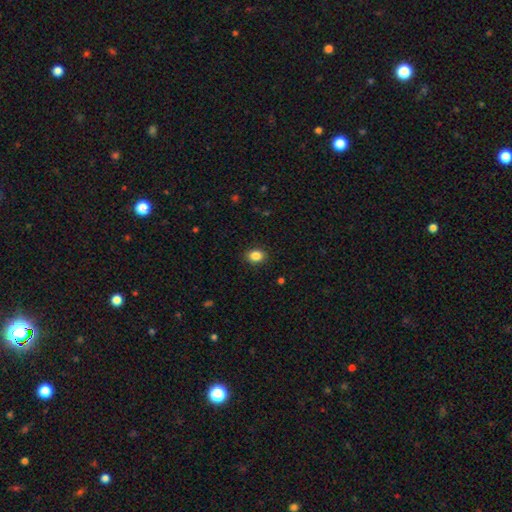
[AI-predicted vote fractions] This is clearly a smooth galaxy (86%). How rounded: possibly in between (53%). Merging: clearly none (89%).